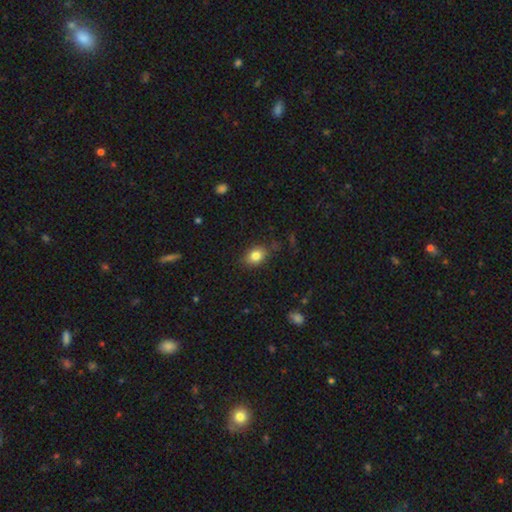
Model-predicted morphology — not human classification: The model was most divided on "how rounded": in between: 73%, round: 26%, cigar-shaped: 1%. More confident: smooth or featured — smooth (83%); merging — none (81%).